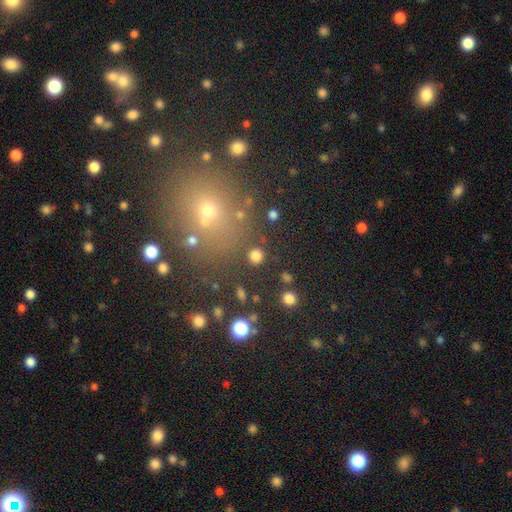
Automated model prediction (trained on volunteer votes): Morphology: type=smooth (80%); roundness=round (90%); merging=none (88%).